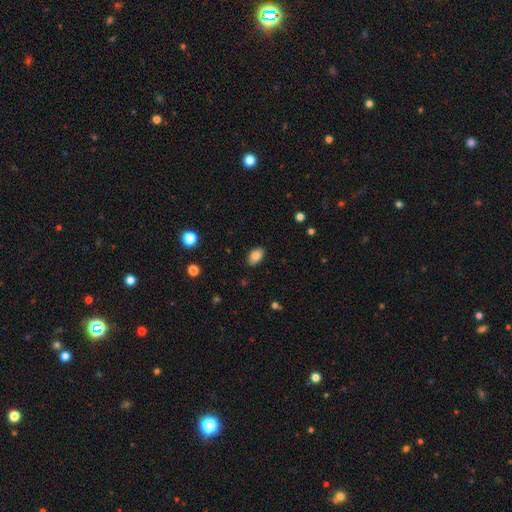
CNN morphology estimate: This appears to be a smooth galaxy with no disk features (83%) that is in between round and cigar-shaped (90%). Merging: none (86%).